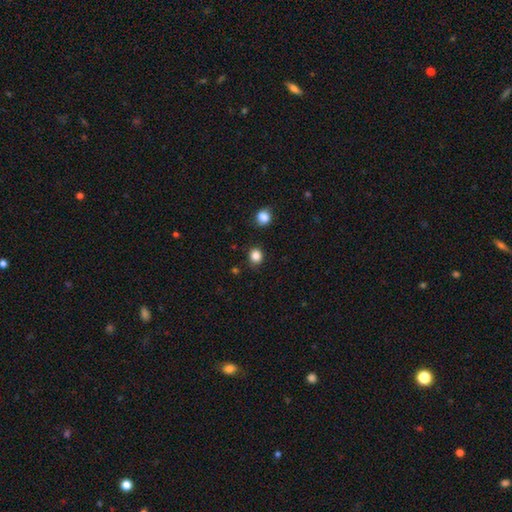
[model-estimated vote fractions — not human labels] Smooth or featured? Predicted: smooth (p=0.85). How rounded? Predicted: round (p=0.76). Merging? Predicted: none (p=0.87).